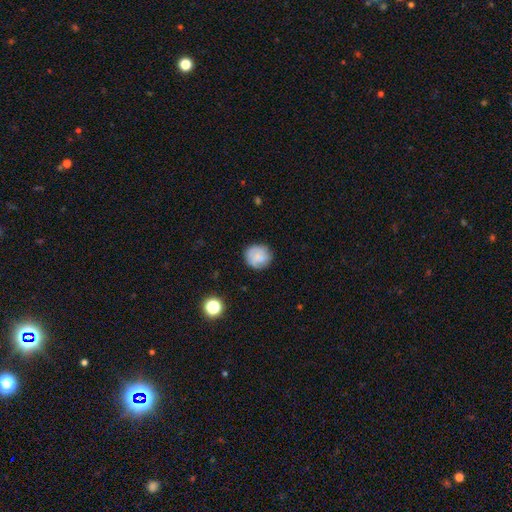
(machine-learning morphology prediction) smooth-or-featured: smooth: 73% | featured or disk: 18% | star or artifact: 9%
  how-rounded: round: 88% | in between: 11% | cigar-shaped: 1%
  merging: none: 78% | minor disturbance: 16% | major disturbance: 4% | merger: 2%